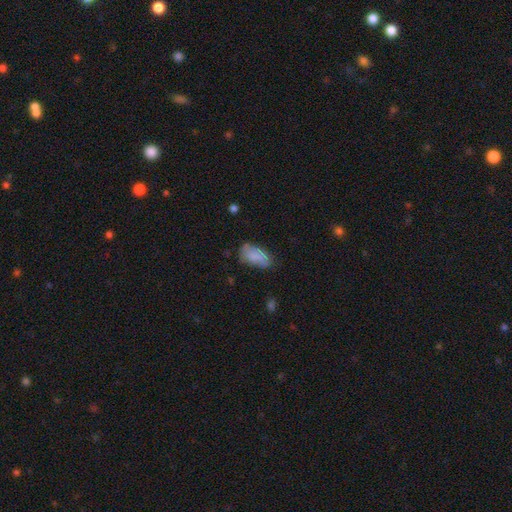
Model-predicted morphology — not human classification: smooth-or-featured: smooth: 77% | featured or disk: 16% | star or artifact: 8%
  how-rounded: in between: 93% | cigar-shaped: 4% | round: 3%
  merging: none: 58% | minor disturbance: 30% | major disturbance: 9% | merger: 3%